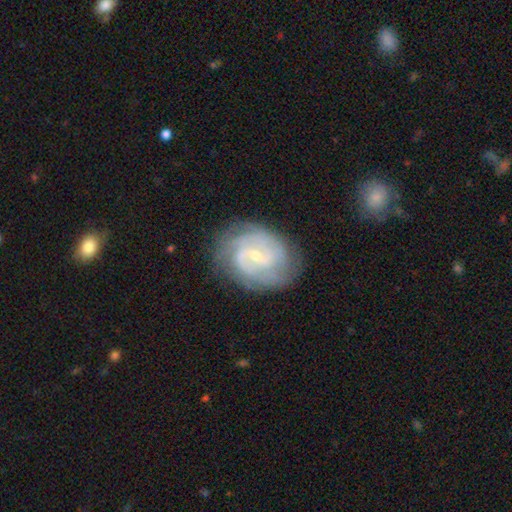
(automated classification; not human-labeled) Smooth or featured?
  - featured or disk: 85% *
  - smooth: 9%
  - star or artifact: 6%
Edge-on disk?
  - no: 97% *
  - yes: 3%
Bar?
  - weak: 51% *
  - no: 35%
  - strong: 14%
Spiral arms?
  - yes: 95% *
  - no: 5%
Spiral winding?
  - tight: 55% *
  - medium: 36%
  - loose: 9%
Spiral arm count?
  - 2: 42% *
  - can't tell: 24%
  - 3: 19%
  - 4: 7%
  - 1: 4%
  - more than 4: 4%
Bulge size?
  - small: 67% *
  - moderate: 30%
  - none: 1%
  - large: 1%
  - dominant: 1%
Merging?
  - none: 78% *
  - minor disturbance: 15%
  - major disturbance: 5%
  - merger: 1%